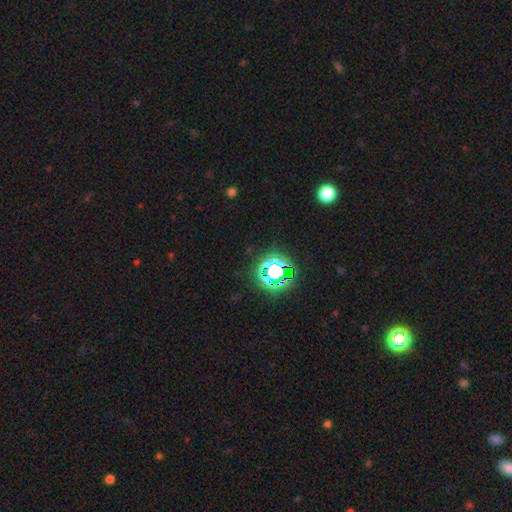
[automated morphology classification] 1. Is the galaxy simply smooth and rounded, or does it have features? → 75% star or artifact, 18% smooth, 7% featured or disk.